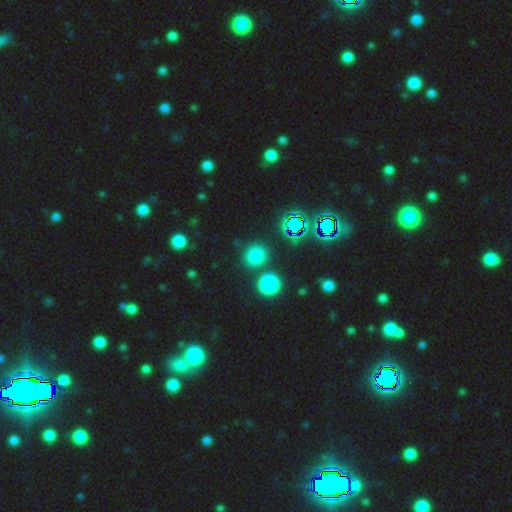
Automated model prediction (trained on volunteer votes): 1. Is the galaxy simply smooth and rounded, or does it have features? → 66% smooth, 28% star or artifact, 6% featured or disk.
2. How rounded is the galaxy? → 88% round, 11% in between, 1% cigar-shaped.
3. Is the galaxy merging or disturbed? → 86% none, 7% minor disturbance, 5% merger, 3% major disturbance.